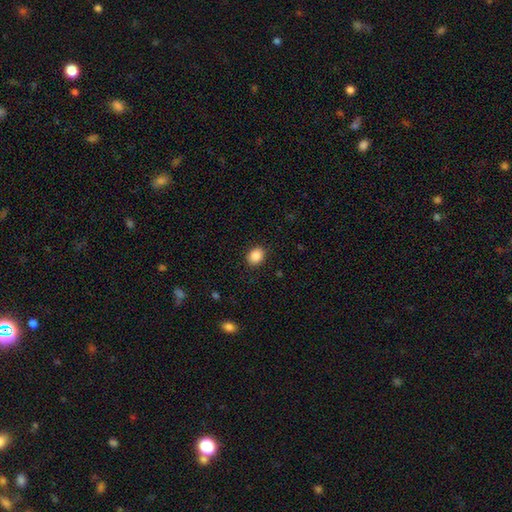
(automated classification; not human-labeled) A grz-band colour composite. It shows a smooth galaxy with no disk features (88%) that is round (51%). Merging: none (89%).